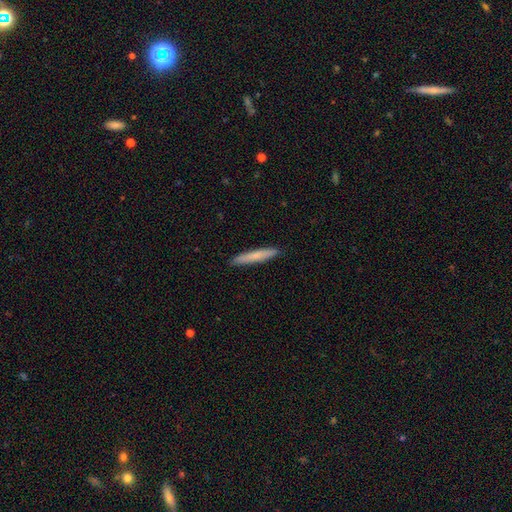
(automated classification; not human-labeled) smooth_or_featured: smooth (p=0.71) [alt: featured or disk p=0.23]
how_rounded: cigar-shaped (p=0.95) [alt: in between p=0.04]
merging: none (p=0.92) [alt: minor disturbance p=0.06]